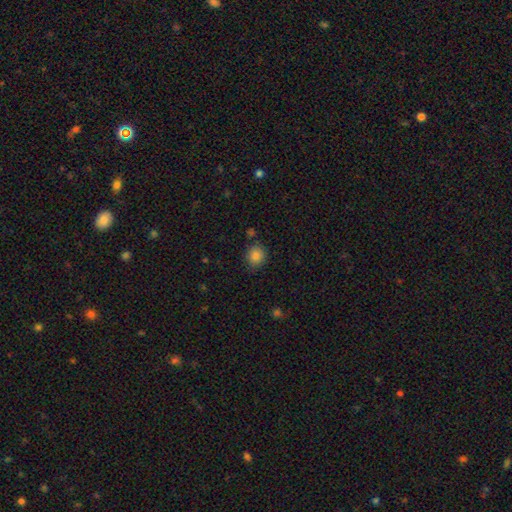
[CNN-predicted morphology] Q: Smooth or featured?
A: smooth (84%); runner-up: star or artifact (11%)
Q: How rounded?
A: round (80%); runner-up: in between (20%)
Q: Merging?
A: none (81%); runner-up: minor disturbance (13%)